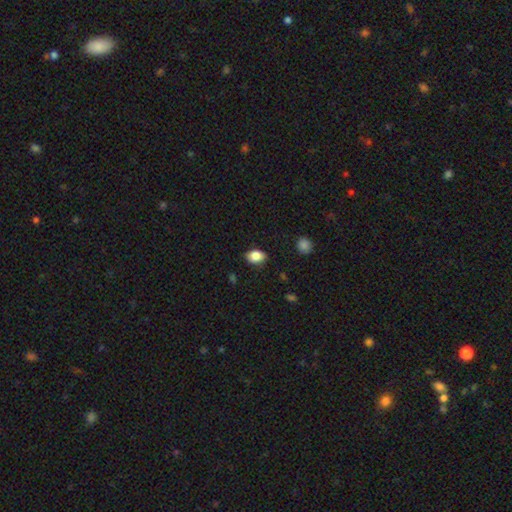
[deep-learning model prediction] This is clearly a smooth galaxy (85%). How rounded: likely in between (77%). Merging: clearly none (86%).